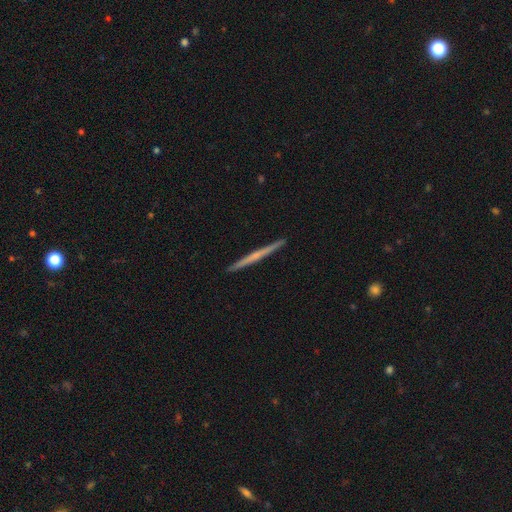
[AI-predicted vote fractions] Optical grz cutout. It shows a featured or disk galaxy (58%) viewed edge-on (98%) with no central bulge (74%). Merging: none (93%).